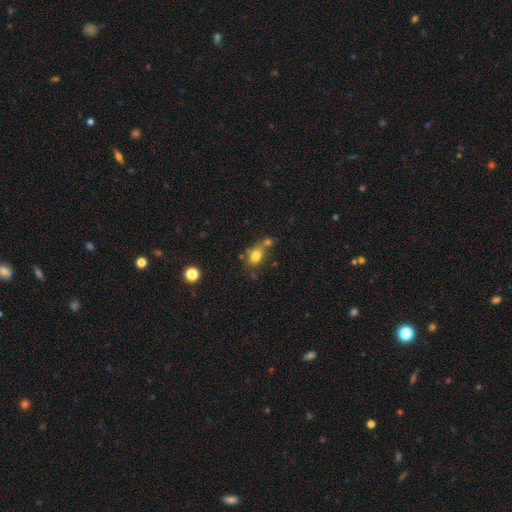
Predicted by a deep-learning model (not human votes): Smooth or featured? Predicted: smooth (p=0.77). How rounded? Predicted: in between (p=0.72). Merging? Predicted: none (p=0.48).